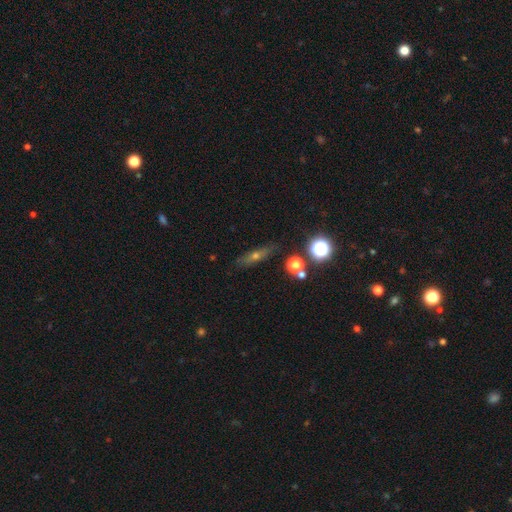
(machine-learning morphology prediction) smooth 42%, featured or disk 41%, star or artifact 18%. Down the decision tree: merging — none (83%).